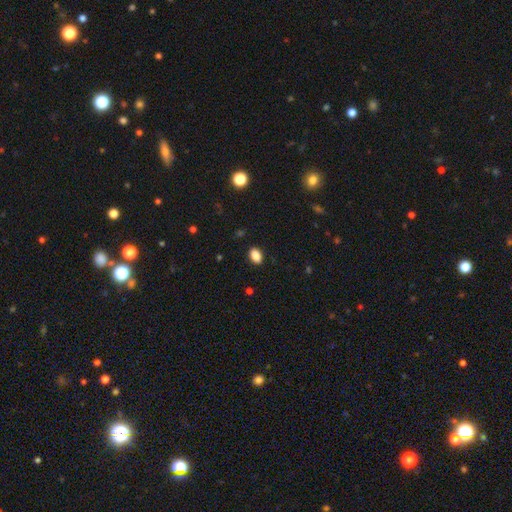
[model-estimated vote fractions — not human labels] This is clearly a smooth galaxy (88%). How rounded: clearly in between (86%). Merging: clearly none (89%).